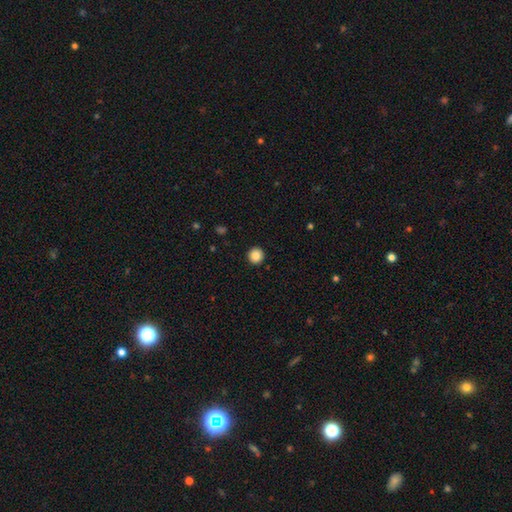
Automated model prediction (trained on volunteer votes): A smooth galaxy with no disk features (86%) that is round (95%). Merging: none (93%).